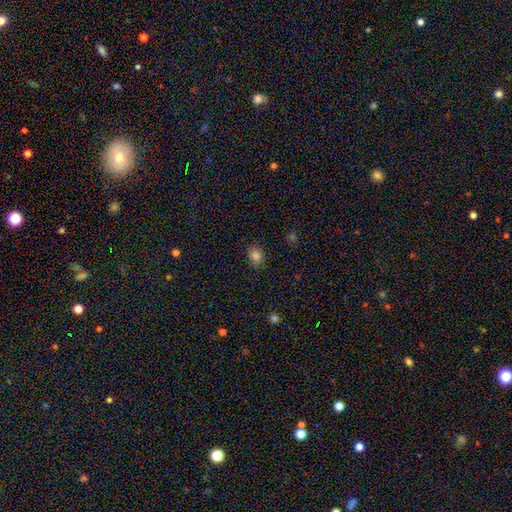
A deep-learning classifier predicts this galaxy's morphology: The model was most divided on "how rounded": round: 53%, in between: 46%, cigar-shaped: 1%. More confident: merging — none (85%); smooth or featured — smooth (82%).